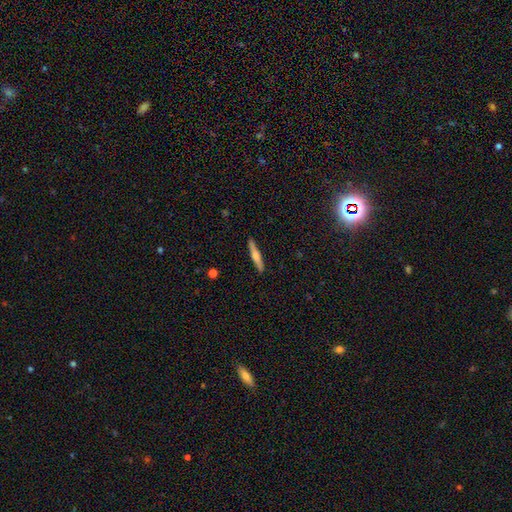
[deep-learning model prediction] Smooth or featured? featured or disk (47%)
Merging? none (90%)